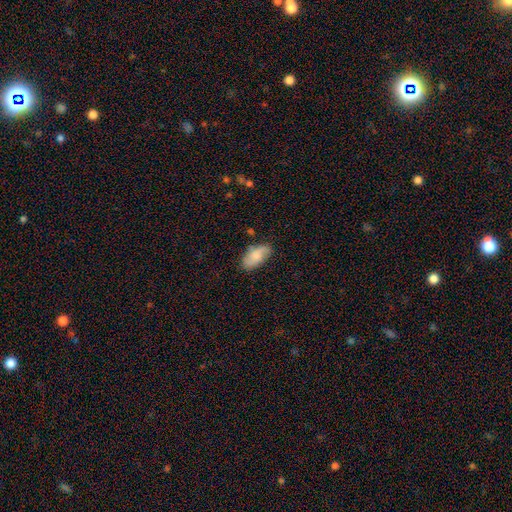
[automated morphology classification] Smooth or featured? smooth (71%)
How rounded? in between (93%)
Merging? none (70%)